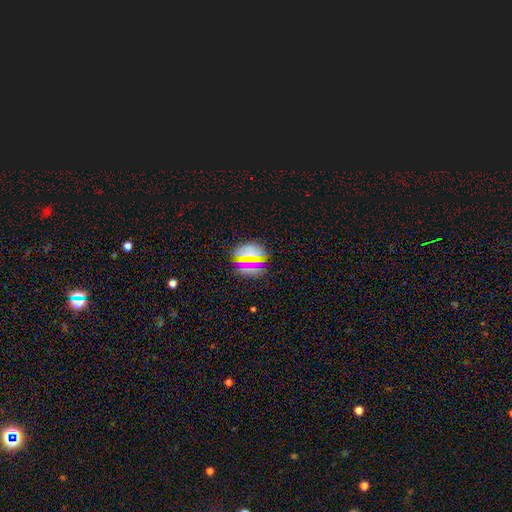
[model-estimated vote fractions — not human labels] The model was most divided on "smooth or featured": smooth: 48%, star or artifact: 34%, featured or disk: 18%. More confident: merging — none (75%).